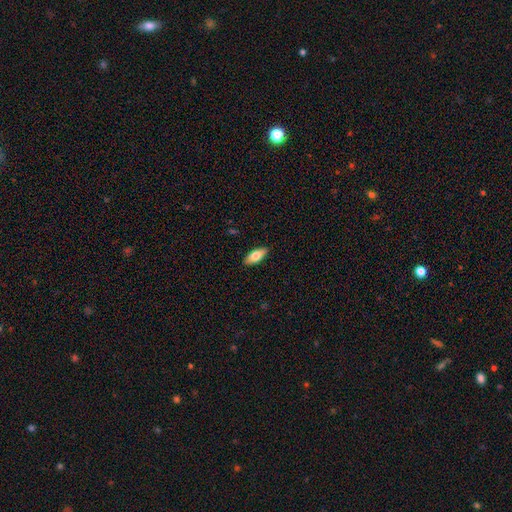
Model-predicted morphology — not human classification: Smooth or featured? Predicted: smooth (p=0.75). How rounded? Predicted: in between (p=0.82). Merging? Predicted: none (p=0.89).